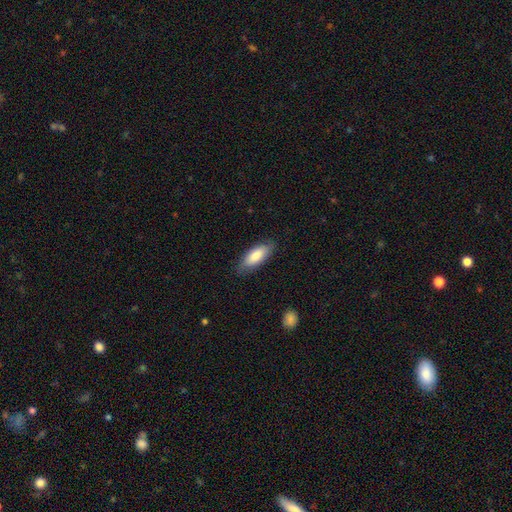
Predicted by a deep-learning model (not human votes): Q: Smooth or featured?
A: smooth (82%); runner-up: featured or disk (13%)
Q: How rounded?
A: in between (78%); runner-up: cigar-shaped (21%)
Q: Merging?
A: none (83%); runner-up: minor disturbance (14%)